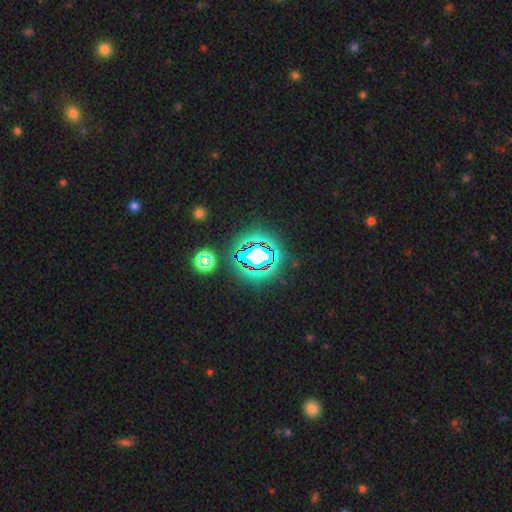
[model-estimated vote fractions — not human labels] smooth-or-featured: star or artifact: 71% | smooth: 17% | featured or disk: 13%